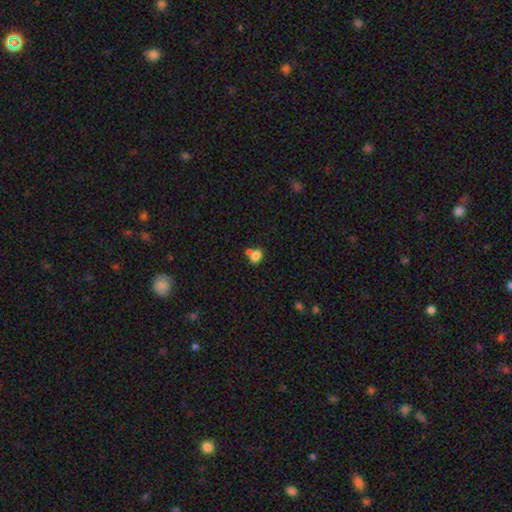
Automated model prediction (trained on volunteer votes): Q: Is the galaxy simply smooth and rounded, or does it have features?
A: smooth — 81%.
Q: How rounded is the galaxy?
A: in between — 56%.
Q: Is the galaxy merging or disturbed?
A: none — 48%.